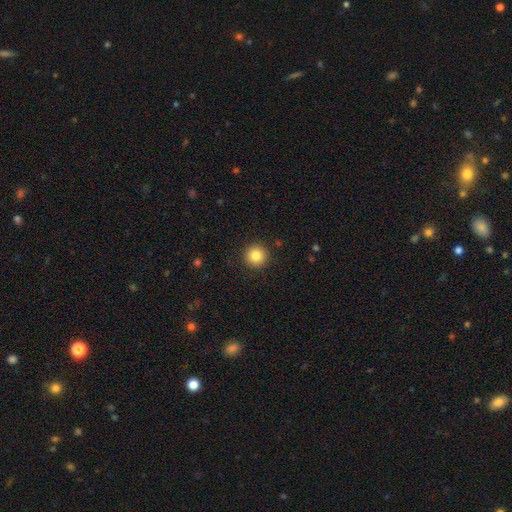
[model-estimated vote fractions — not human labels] A smooth galaxy with no disk features (84%) that is round (95%).

Vote fractions:
- Smooth or featured? smooth: 84% / star or artifact: 10% / featured or disk: 6%
- How rounded? round: 95% / in between: 4% / cigar-shaped: 1%
- Merging? none: 91% / minor disturbance: 6% / major disturbance: 2% / merger: 1%